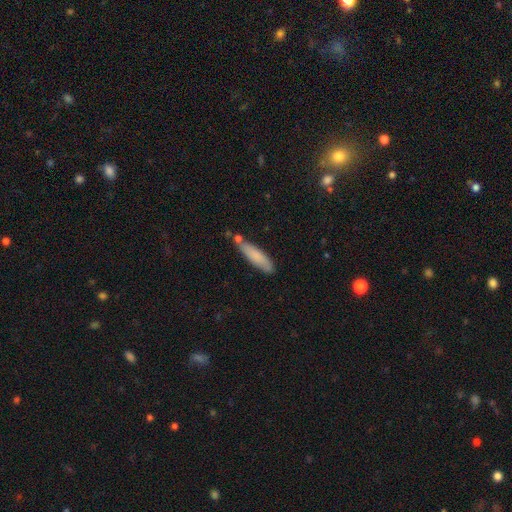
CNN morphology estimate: The model was most divided on "how rounded": cigar-shaped: 72%, in between: 26%, round: 1%. More confident: smooth or featured — smooth (80%); merging — none (68%).